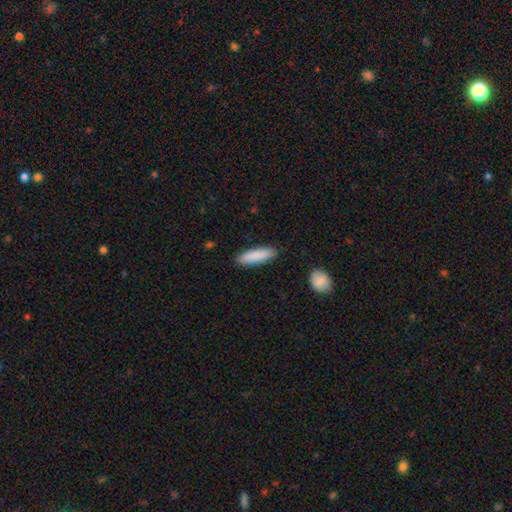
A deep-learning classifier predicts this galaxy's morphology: This is clearly a smooth galaxy (88%). How rounded: likely cigar-shaped (61%). Merging: clearly none (89%).